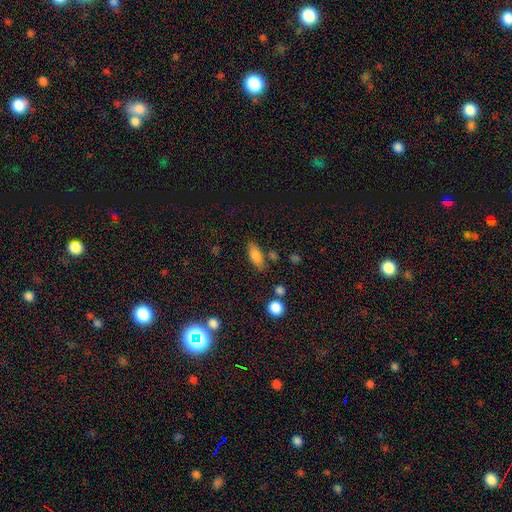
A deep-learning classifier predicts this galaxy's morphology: This appears to be a smooth galaxy with no disk features (81%) that is in between round and cigar-shaped (80%). Merging: none (76%).